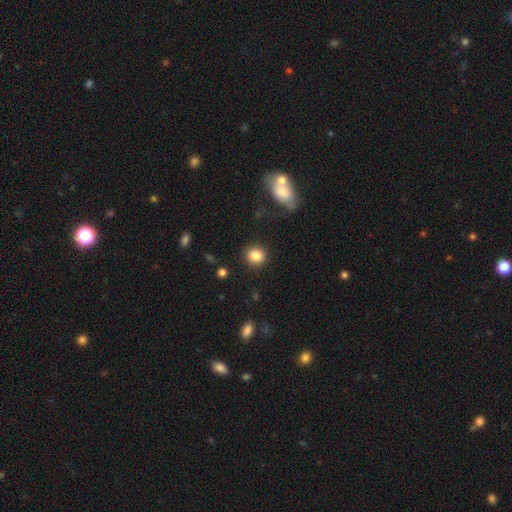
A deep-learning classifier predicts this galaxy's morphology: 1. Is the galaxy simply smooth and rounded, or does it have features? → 85% smooth, 10% star or artifact, 5% featured or disk.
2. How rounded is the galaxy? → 80% round, 19% in between, 1% cigar-shaped.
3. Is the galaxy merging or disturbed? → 88% none, 7% minor disturbance, 3% major disturbance, 2% merger.